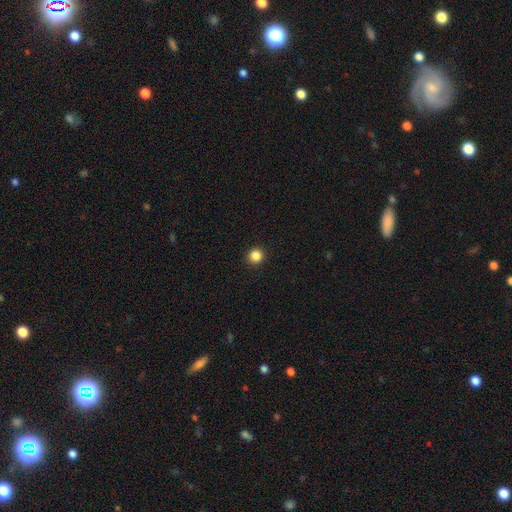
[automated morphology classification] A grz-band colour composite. It shows a smooth galaxy with no disk features (85%) that is round (95%). Merging: none (93%).